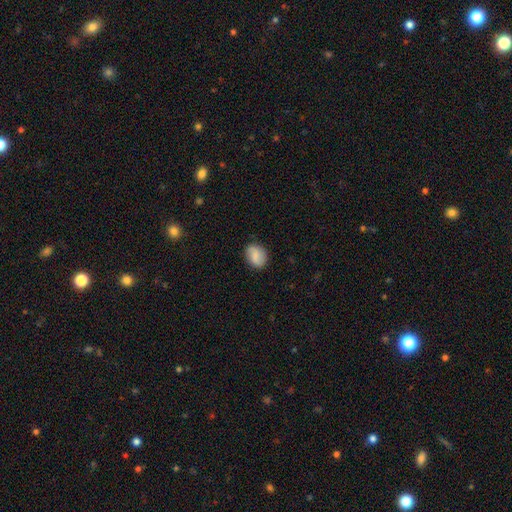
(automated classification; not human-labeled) Smooth or featured?
  - smooth: 71% *
  - featured or disk: 21%
  - star or artifact: 8%
How rounded?
  - in between: 56% *
  - round: 42%
  - cigar-shaped: 1%
Merging?
  - none: 81% *
  - minor disturbance: 14%
  - major disturbance: 4%
  - merger: 1%